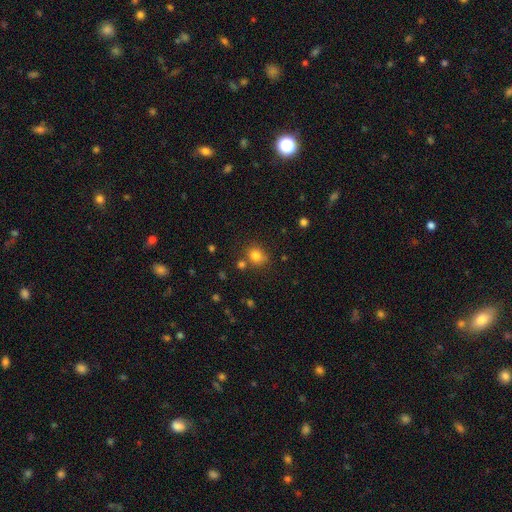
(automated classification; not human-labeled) smooth_or_featured: smooth (p=0.81) [alt: star or artifact p=0.13]
how_rounded: round (p=0.80) [alt: in between p=0.19]
merging: none (p=0.72) [alt: minor disturbance p=0.13]